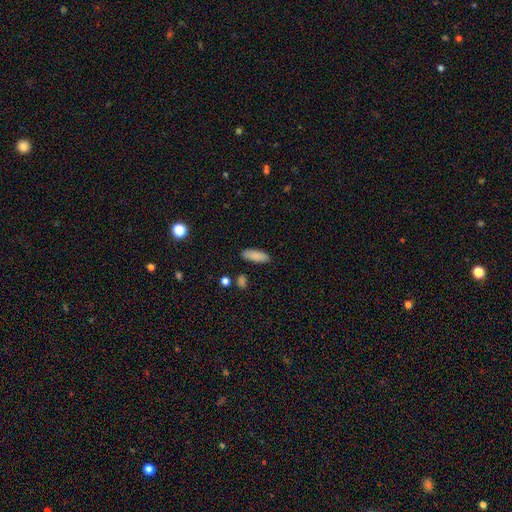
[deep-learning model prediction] The model was most divided on "how rounded": in between: 62%, cigar-shaped: 36%, round: 2%. More confident: smooth or featured — smooth (88%); merging — none (87%).